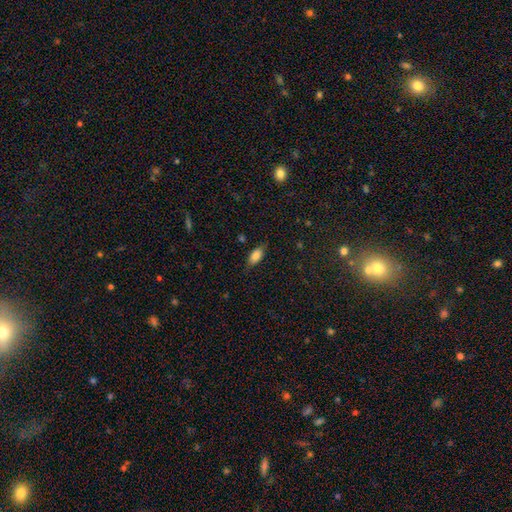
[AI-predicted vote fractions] Overall: smooth (80%). How rounded: in between (84%). Merging: none (79%).